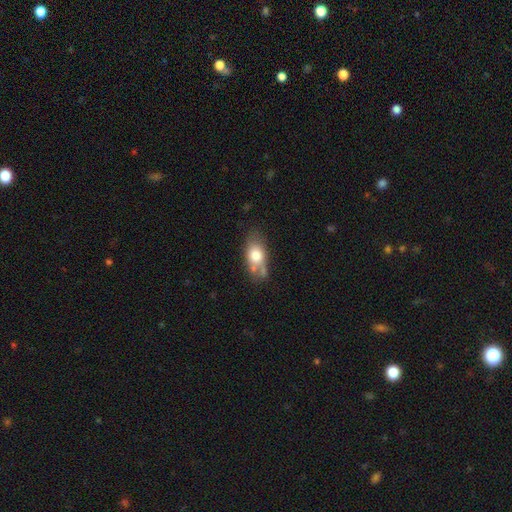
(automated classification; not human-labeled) Smooth or featured? Predicted: smooth (p=0.74). How rounded? Predicted: in between (p=0.84). Merging? Predicted: none (p=0.49).